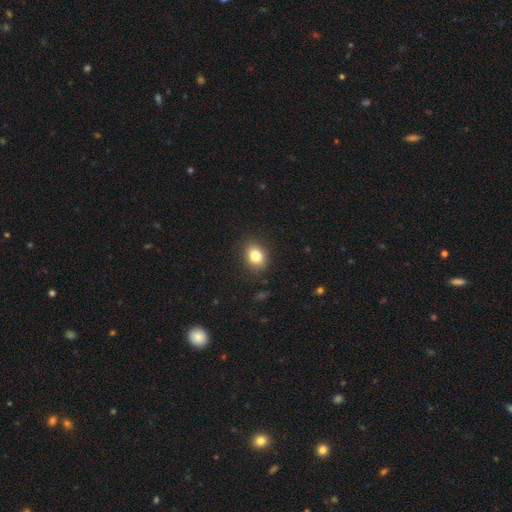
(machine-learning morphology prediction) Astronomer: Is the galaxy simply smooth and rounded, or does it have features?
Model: smooth — 82%.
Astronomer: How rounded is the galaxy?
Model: in between — 58% (runner-up: round, 41%).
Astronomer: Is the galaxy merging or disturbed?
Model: none — 87%.